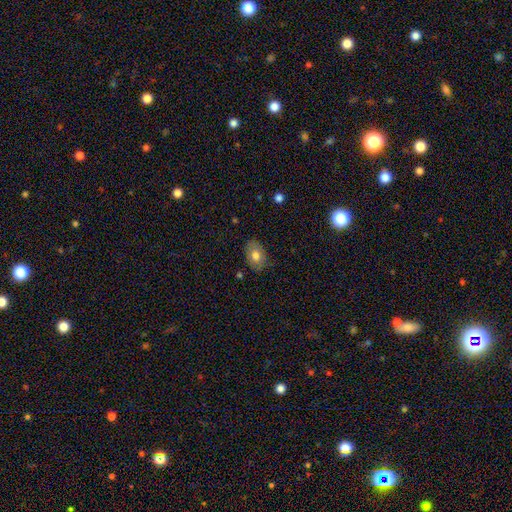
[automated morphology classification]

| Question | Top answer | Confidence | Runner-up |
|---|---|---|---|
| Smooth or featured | smooth | 76% | featured or disk (17%) |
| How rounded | in between | 82% | round (17%) |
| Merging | none | 82% | minor disturbance (14%) |